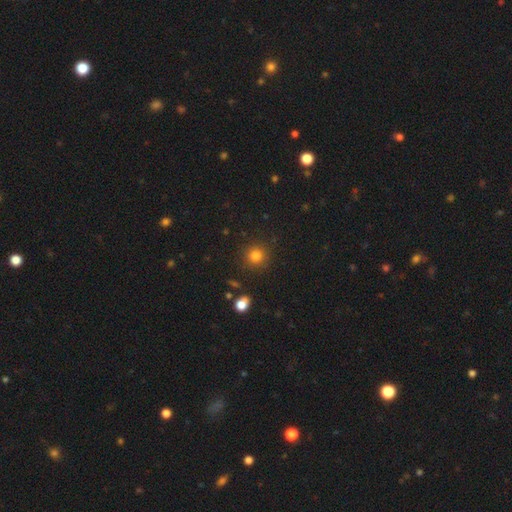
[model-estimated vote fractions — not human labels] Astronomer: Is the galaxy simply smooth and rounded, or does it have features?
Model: smooth — 82%.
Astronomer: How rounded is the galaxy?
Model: round — 91%.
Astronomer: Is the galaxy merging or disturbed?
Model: none — 88%.